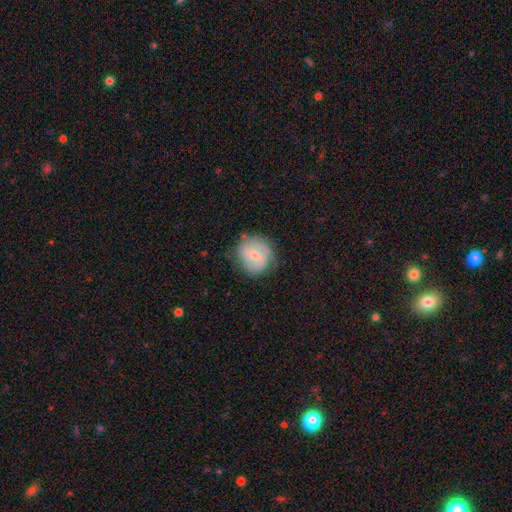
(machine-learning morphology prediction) type=featured or disk (54%); edge-on=no (97%); bar=no (63%); spiral arms=yes (79%); bulge=small (51%); merging=none (71%).